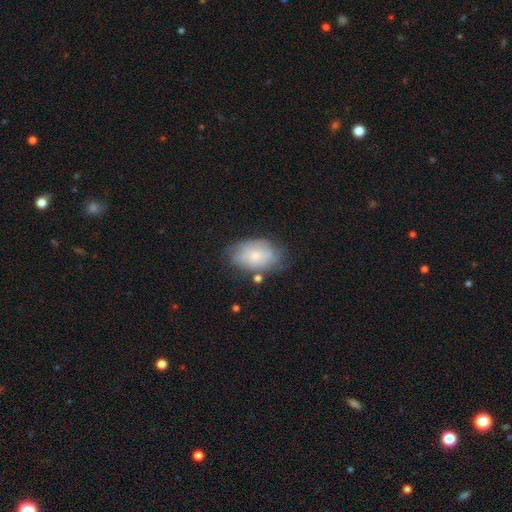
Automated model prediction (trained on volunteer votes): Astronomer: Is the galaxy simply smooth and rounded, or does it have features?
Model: smooth — 52% (runner-up: featured or disk, 41%).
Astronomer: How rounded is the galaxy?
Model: in between — 89%.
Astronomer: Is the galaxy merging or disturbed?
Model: none — 63%.